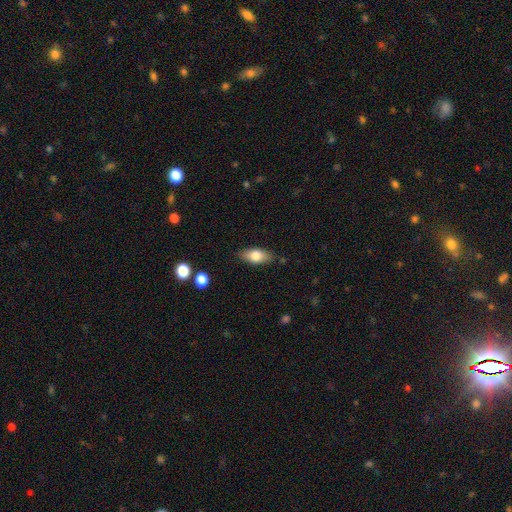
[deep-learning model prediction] Smooth or featured?
  - smooth: 73% *
  - featured or disk: 20%
  - star or artifact: 7%
How rounded?
  - in between: 84% *
  - cigar-shaped: 12%
  - round: 4%
Merging?
  - none: 83% *
  - minor disturbance: 12%
  - major disturbance: 3%
  - merger: 2%